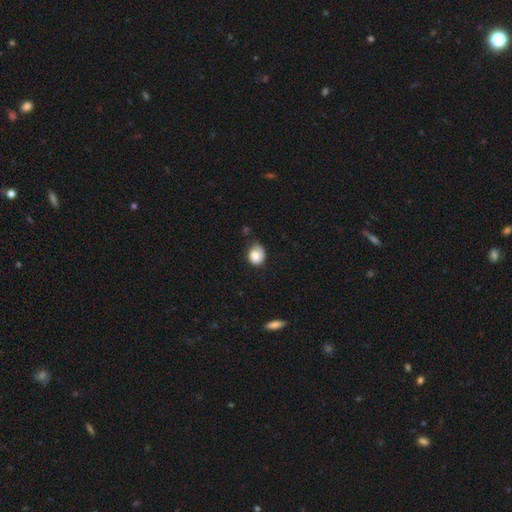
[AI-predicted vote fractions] Morphology: type=smooth (77%); roundness=round (58%); merging=none (46%).